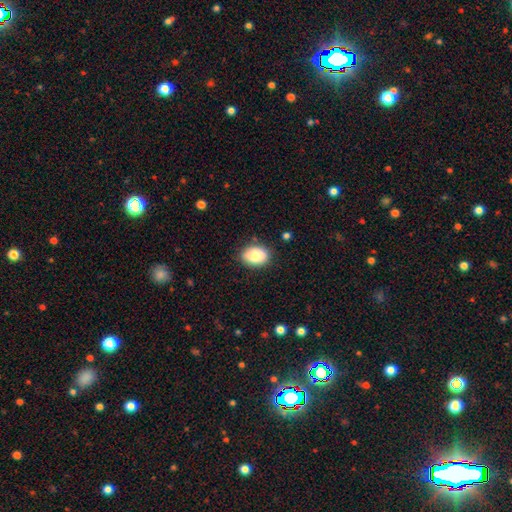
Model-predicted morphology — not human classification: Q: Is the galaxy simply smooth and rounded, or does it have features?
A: smooth — 85%.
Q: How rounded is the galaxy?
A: in between — 79%.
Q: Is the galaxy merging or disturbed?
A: none — 83%.